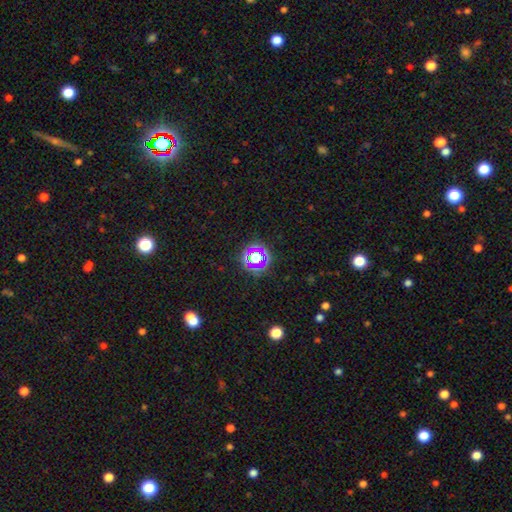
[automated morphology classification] smooth-or-featured: star or artifact: 62% | smooth: 27% | featured or disk: 11%